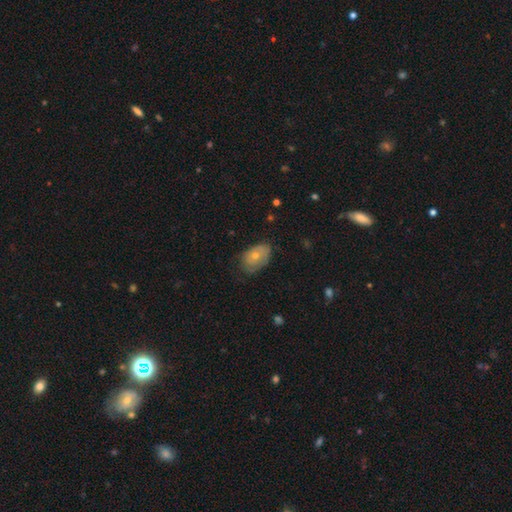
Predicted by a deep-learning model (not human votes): This is likely a smooth galaxy (63%). How rounded: clearly in between (86%). Merging: likely none (61%).